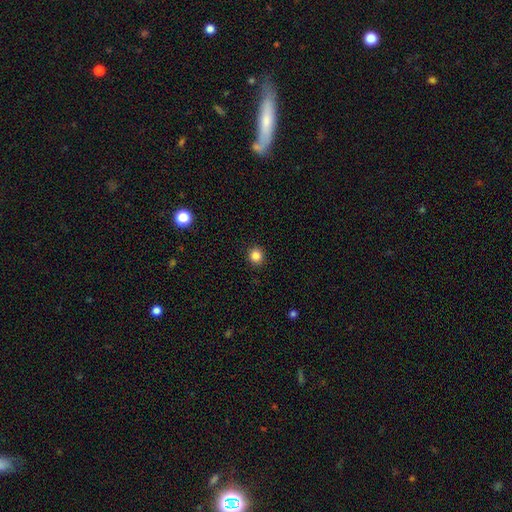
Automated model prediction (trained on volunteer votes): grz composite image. It shows a smooth galaxy with no disk features (85%) that is round (90%). Merging: none (92%).